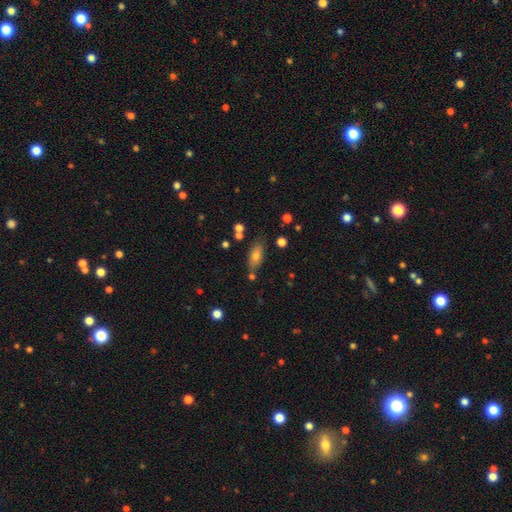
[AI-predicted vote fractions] A smooth galaxy with no disk features (74%) that is in between round and cigar-shaped (83%).

Vote fractions:
- Smooth or featured? smooth: 74% / featured or disk: 16% / star or artifact: 10%
- How rounded? in between: 83% / cigar-shaped: 13% / round: 4%
- Merging? none: 73% / minor disturbance: 15% / merger: 7% / major disturbance: 4%